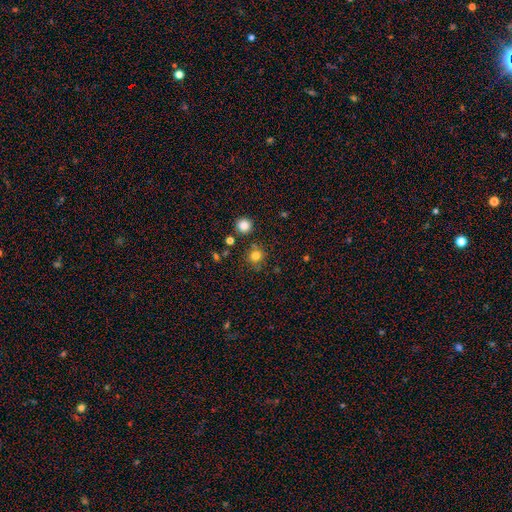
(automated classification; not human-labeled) The model was most divided on "smooth or featured": smooth: 79%, star or artifact: 15%, featured or disk: 6%. More confident: how rounded — round (90%); merging — none (80%).